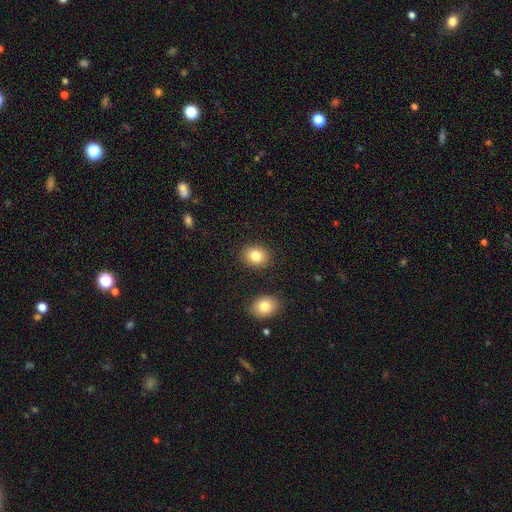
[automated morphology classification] Overall: smooth (82%). How rounded: round (54%; in between 46%). Merging: none (87%).